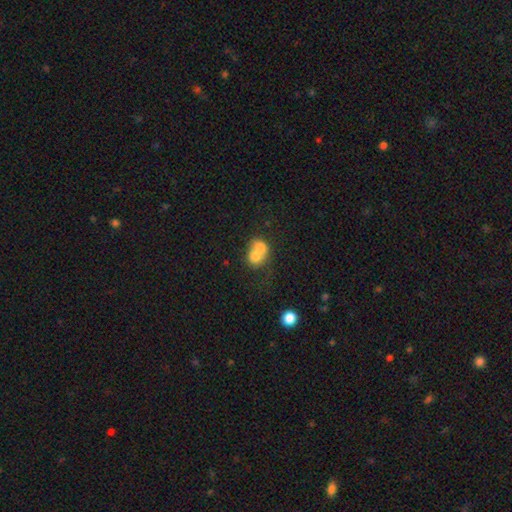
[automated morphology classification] Smooth or featured: smooth — 69% (featured or disk — 21%)
How rounded: round — 58% (in between — 41%)
Merging: merger — 71% (none — 18%)